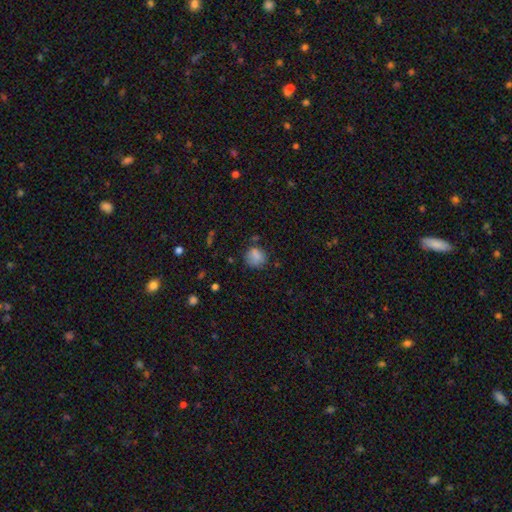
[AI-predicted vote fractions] Q: Smooth or featured?
A: smooth (80%); runner-up: star or artifact (11%)
Q: How rounded?
A: round (71%); runner-up: in between (28%)
Q: Merging?
A: none (62%); runner-up: minor disturbance (25%)